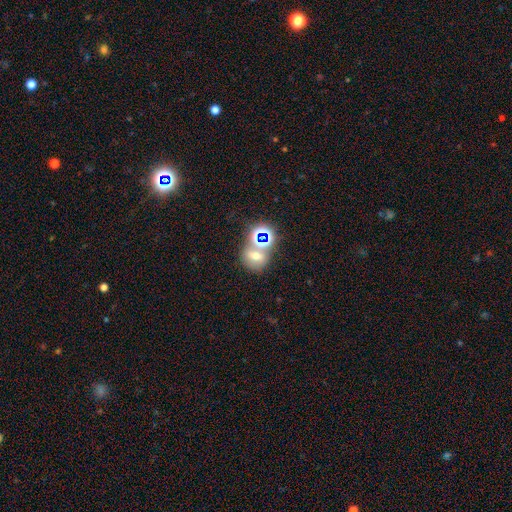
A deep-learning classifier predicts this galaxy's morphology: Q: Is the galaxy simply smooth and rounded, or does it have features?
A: smooth — 49%.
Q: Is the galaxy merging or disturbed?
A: none — 52%.